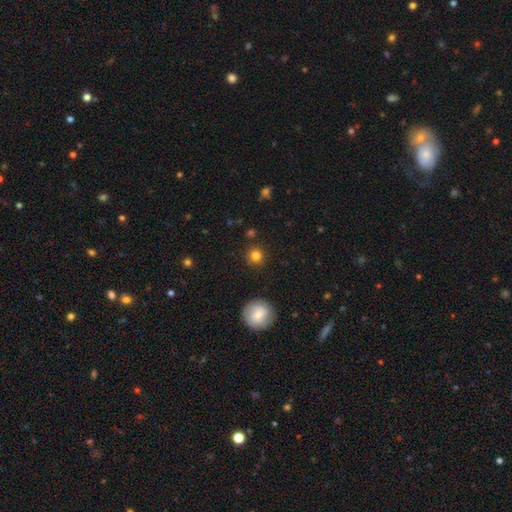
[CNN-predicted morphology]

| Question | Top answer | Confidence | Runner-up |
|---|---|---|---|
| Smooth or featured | smooth | 83% | star or artifact (10%) |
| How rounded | round | 93% | in between (6%) |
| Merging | none | 89% | minor disturbance (6%) |